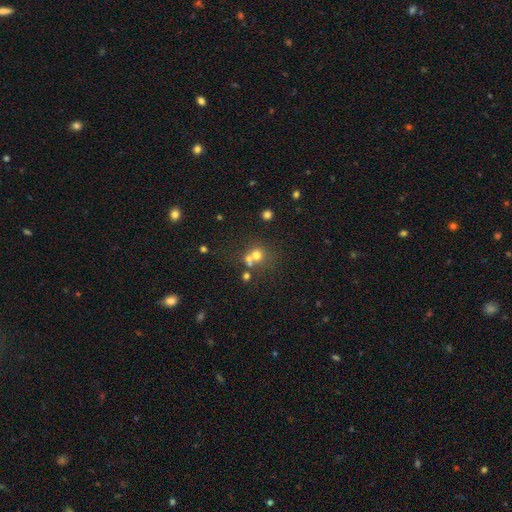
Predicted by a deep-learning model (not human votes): Q: Smooth or featured?
A: smooth (65%); runner-up: star or artifact (19%)
Q: How rounded?
A: round (84%); runner-up: in between (15%)
Q: Merging?
A: none (47%); runner-up: merger (41%)